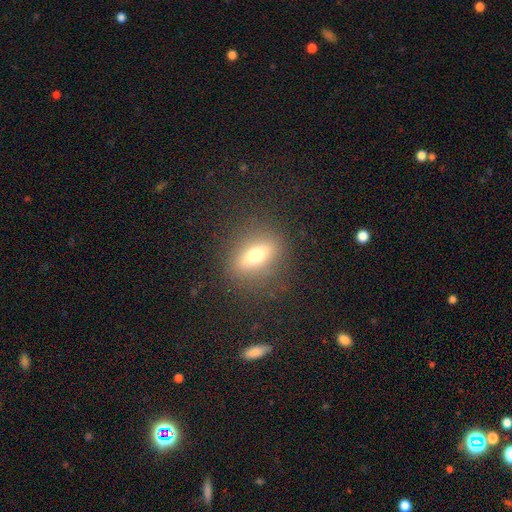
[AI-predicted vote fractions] This appears to be a smooth galaxy with no disk features (55%) that is in between round and cigar-shaped (59%). Merging: none (85%).